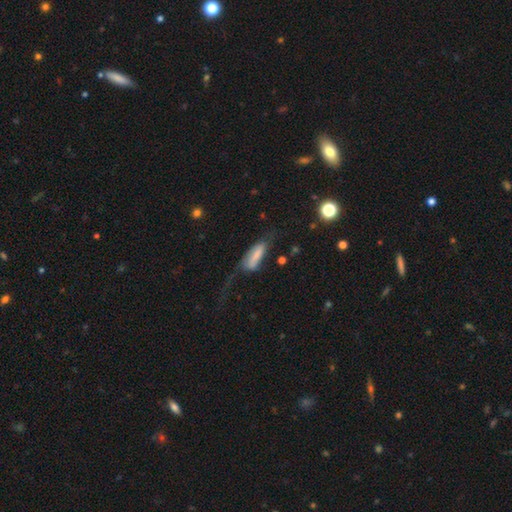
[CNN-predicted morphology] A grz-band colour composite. It shows a smooth galaxy with no disk features (68%) that is in between round and cigar-shaped (61%). Merging: major disturbance (39%).